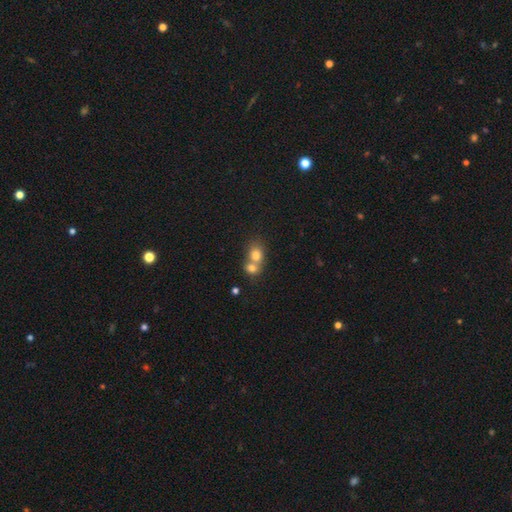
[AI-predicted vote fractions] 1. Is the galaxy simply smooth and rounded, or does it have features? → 77% smooth, 13% featured or disk, 10% star or artifact.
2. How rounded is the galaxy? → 60% round, 39% in between, 1% cigar-shaped.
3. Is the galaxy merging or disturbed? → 65% merger, 27% none, 6% minor disturbance, 2% major disturbance.